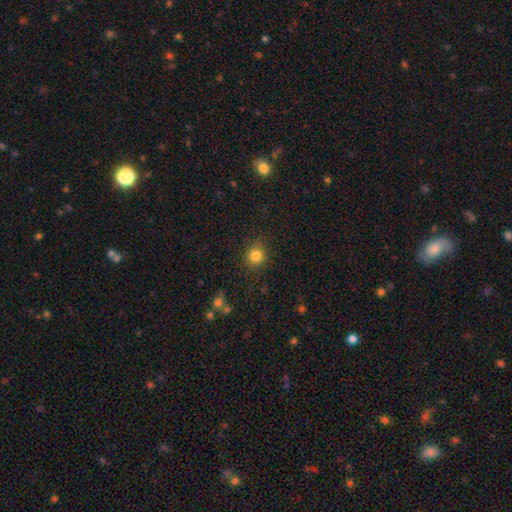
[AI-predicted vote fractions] This appears to be a smooth galaxy with no disk features (83%) that is round (89%). Merging: none (87%).